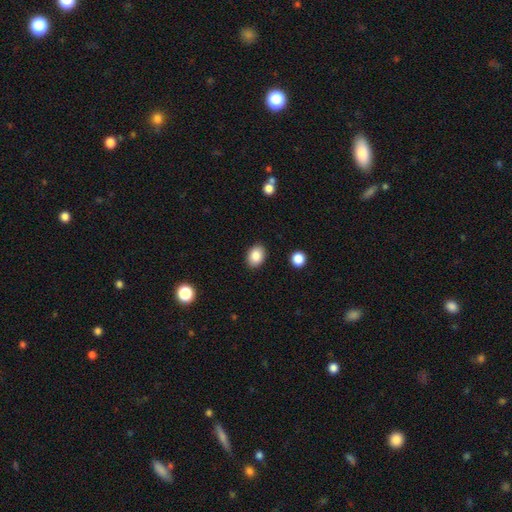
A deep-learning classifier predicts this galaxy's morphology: smooth-or-featured: smooth: 86% | star or artifact: 8% | featured or disk: 5%
  how-rounded: in between: 71% | round: 28% | cigar-shaped: 1%
  merging: none: 89% | minor disturbance: 8% | major disturbance: 2% | merger: 1%